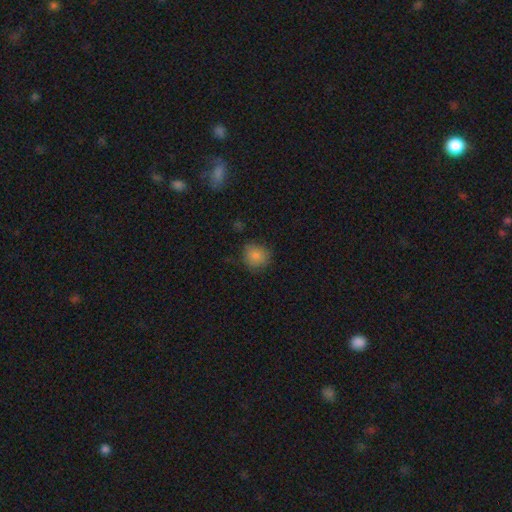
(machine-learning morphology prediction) A smooth galaxy with no disk features (85%) that is round (86%).

Vote fractions:
- Smooth or featured? smooth: 85% / star or artifact: 10% / featured or disk: 6%
- How rounded? round: 86% / in between: 13% / cigar-shaped: 1%
- Merging? none: 76% / minor disturbance: 18% / major disturbance: 5% / merger: 2%